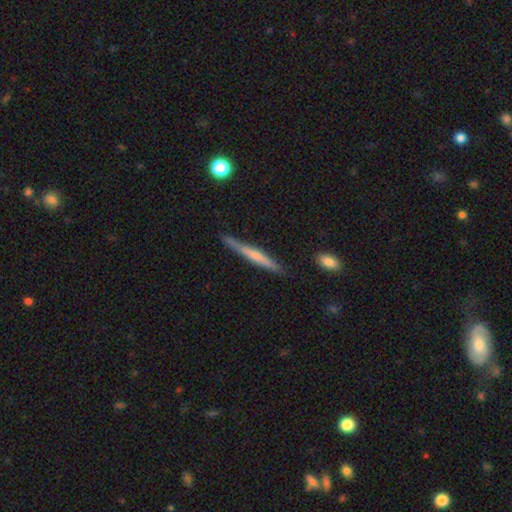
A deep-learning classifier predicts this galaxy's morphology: Q: Smooth or featured?
A: featured or disk (49%); runner-up: smooth (46%)
Q: Merging?
A: none (85%); runner-up: minor disturbance (11%)